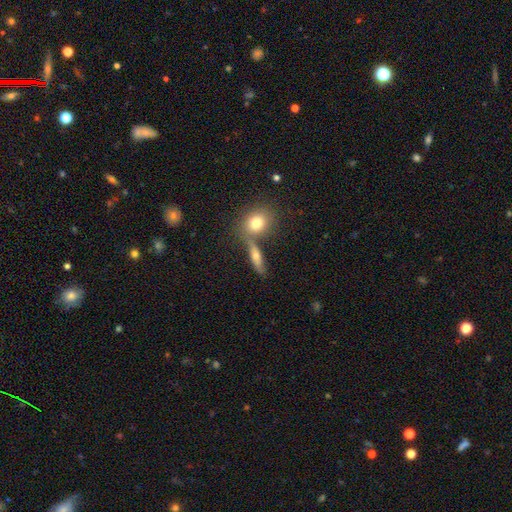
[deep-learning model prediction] smooth-or-featured: smooth: 61% | featured or disk: 29% | star or artifact: 10%
  how-rounded: cigar-shaped: 42% | in between: 39% | round: 18%
  merging: none: 61% | merger: 22% | minor disturbance: 12% | major disturbance: 5%